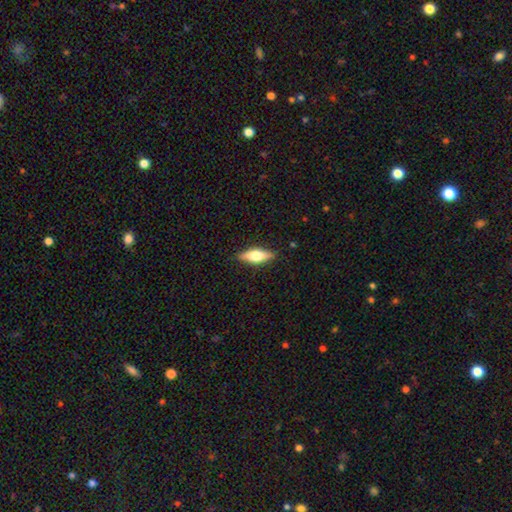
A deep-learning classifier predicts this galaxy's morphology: This appears to be a smooth galaxy with no disk features (54%) that is in between round and cigar-shaped (58%). Merging: none (87%).